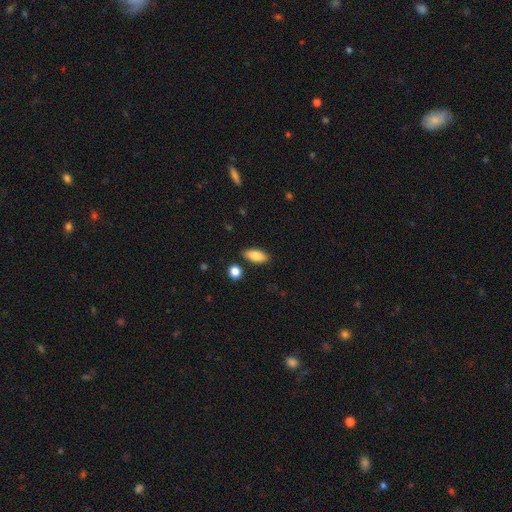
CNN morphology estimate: A smooth galaxy with no disk features (84%) that is in between round and cigar-shaped (86%).

Vote fractions:
- Smooth or featured? smooth: 84% / featured or disk: 10% / star or artifact: 7%
- How rounded? in between: 86% / cigar-shaped: 11% / round: 3%
- Merging? none: 84% / minor disturbance: 10% / merger: 3% / major disturbance: 2%